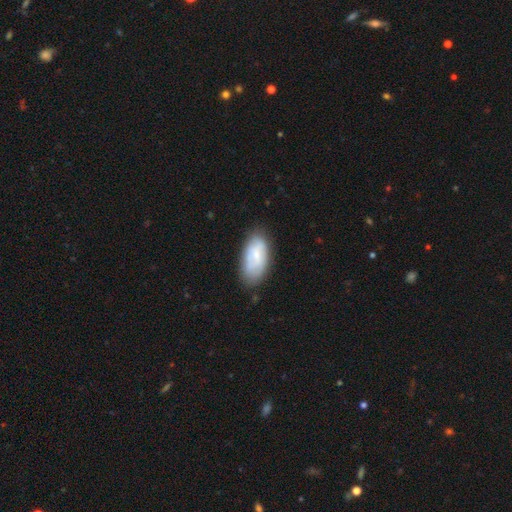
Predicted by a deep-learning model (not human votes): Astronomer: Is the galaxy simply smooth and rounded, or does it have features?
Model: smooth — 60%.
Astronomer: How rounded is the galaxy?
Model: in between — 93%.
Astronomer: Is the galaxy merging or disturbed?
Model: none — 71%.